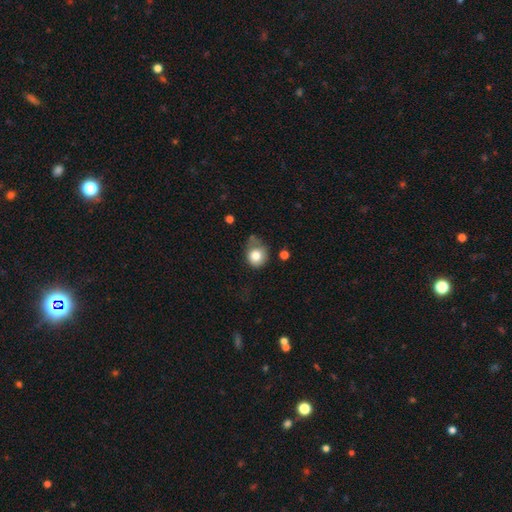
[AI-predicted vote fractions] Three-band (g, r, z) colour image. It shows a smooth galaxy with no disk features (79%) that is round (74%). Merging: none (43%).